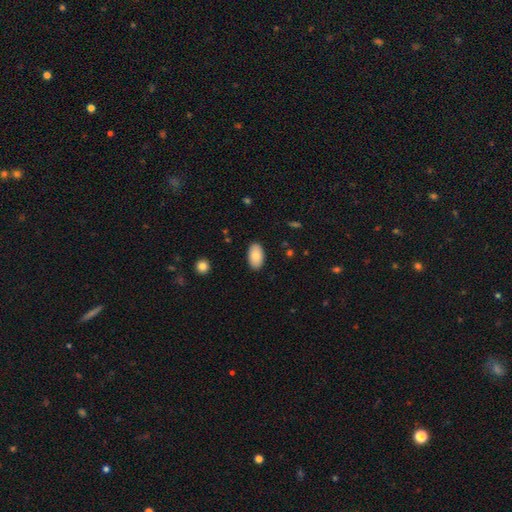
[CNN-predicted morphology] type=smooth (83%); roundness=in between (95%); merging=none (88%).